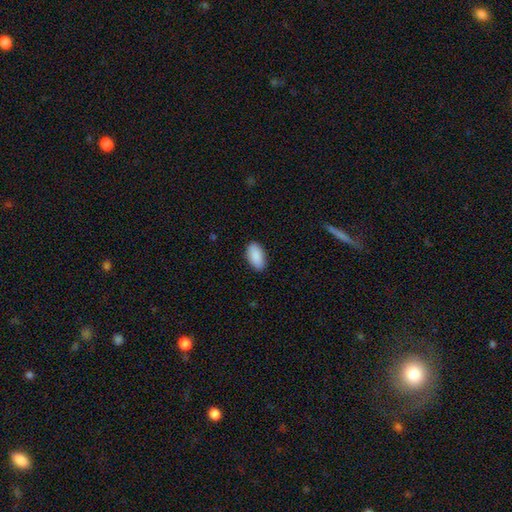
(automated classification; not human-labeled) Overall: smooth (90%). How rounded: in between (94%). Merging: none (87%).